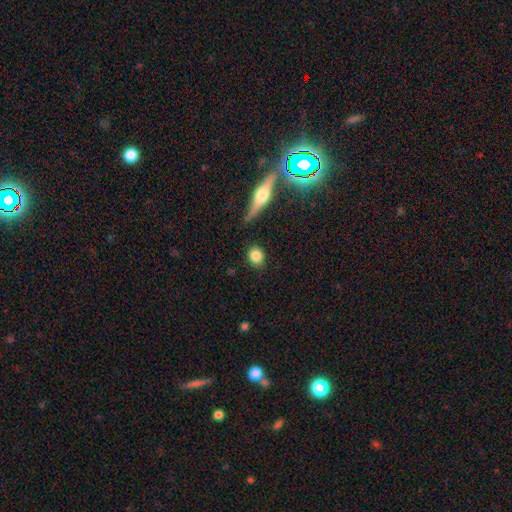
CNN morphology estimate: This is clearly a smooth galaxy (83%). How rounded: likely round (78%). Merging: clearly none (87%).